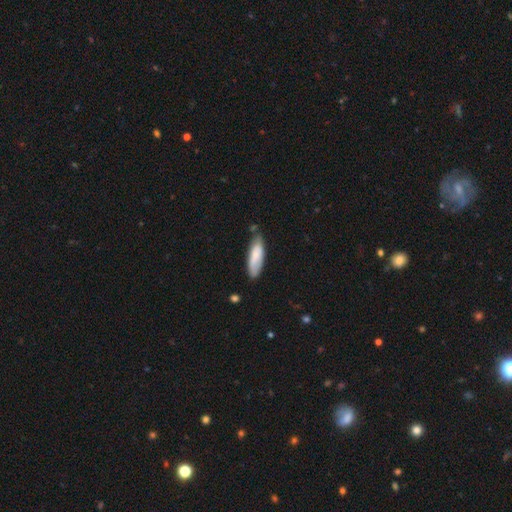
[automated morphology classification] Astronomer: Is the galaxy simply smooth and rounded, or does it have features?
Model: smooth — 70%.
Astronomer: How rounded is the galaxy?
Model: in between — 52% (runner-up: cigar-shaped, 47%).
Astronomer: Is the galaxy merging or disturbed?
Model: none — 66%.